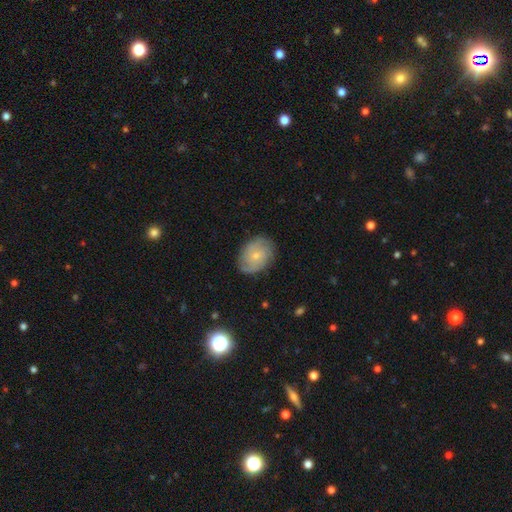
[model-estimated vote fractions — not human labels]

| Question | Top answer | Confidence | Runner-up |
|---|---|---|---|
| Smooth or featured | featured or disk | 51% | smooth (41%) |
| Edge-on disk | no | 97% | yes (3%) |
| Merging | none | 78% | minor disturbance (16%) |